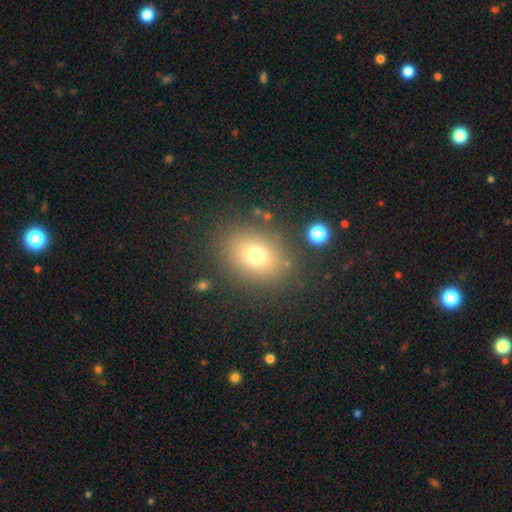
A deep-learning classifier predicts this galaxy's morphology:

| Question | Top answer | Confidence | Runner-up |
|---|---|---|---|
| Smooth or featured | smooth | 73% | star or artifact (14%) |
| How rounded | in between | 52% | round (47%) |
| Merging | none | 83% | minor disturbance (10%) |